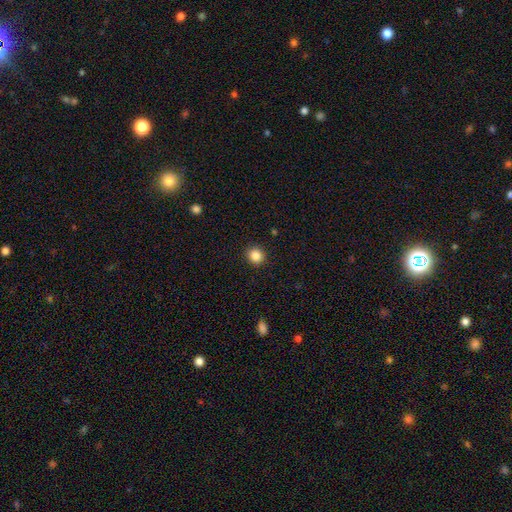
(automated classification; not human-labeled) A smooth galaxy with no disk features (86%) that is round (89%). Merging: none (92%).